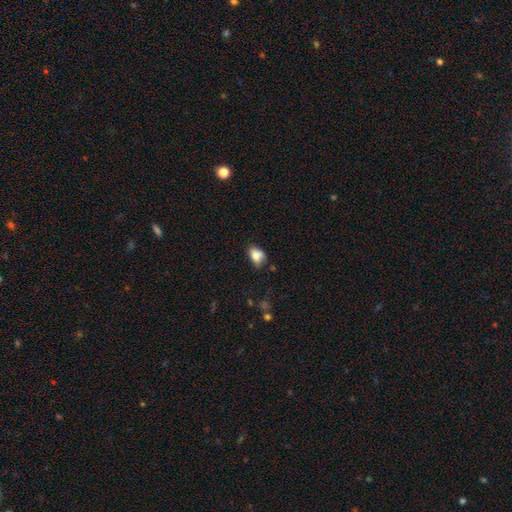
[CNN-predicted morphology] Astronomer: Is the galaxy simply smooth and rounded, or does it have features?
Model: smooth — 79%.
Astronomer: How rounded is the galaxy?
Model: in between — 82%.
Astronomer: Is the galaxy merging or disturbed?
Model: none — 52% (runner-up: minor disturbance, 31%).